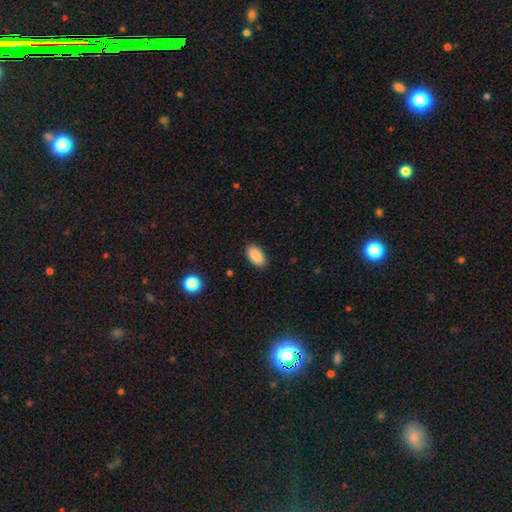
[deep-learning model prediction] This appears to be a smooth galaxy with no disk features (89%) that is in between round and cigar-shaped (94%). Merging: none (88%).